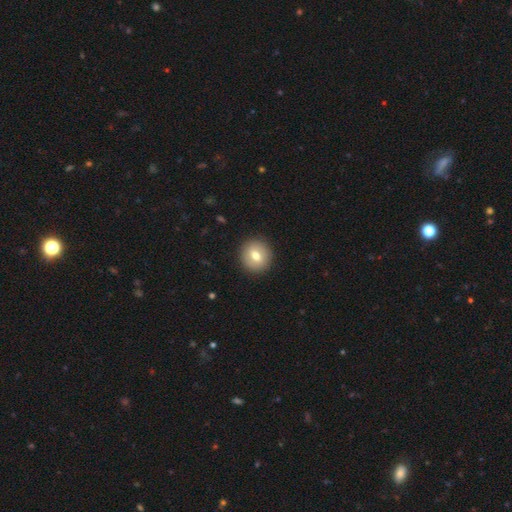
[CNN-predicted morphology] Smooth or featured? Predicted: smooth (p=0.70). How rounded? Predicted: round (p=0.90). Merging? Predicted: none (p=0.91).